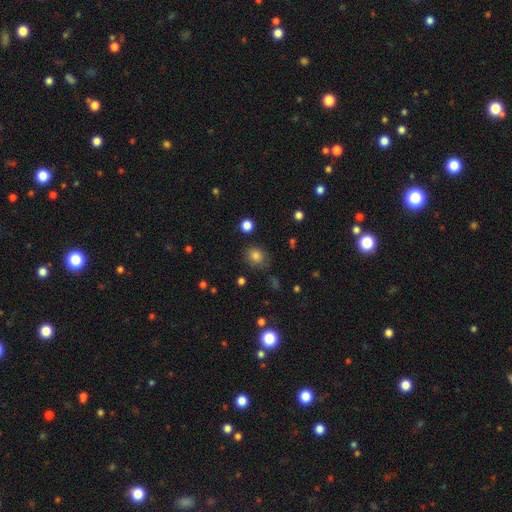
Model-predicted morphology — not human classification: A smooth galaxy with no disk features (81%) that is round (74%). Merging: none (78%).